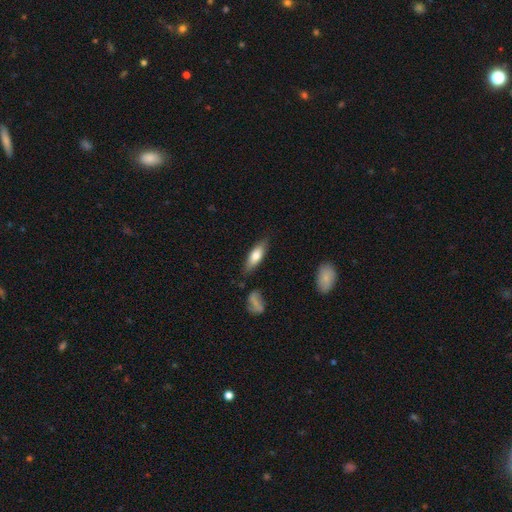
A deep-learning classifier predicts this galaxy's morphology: The model was most divided on "how rounded": in between: 54%, cigar-shaped: 44%, round: 2%. More confident: merging — none (78%); smooth or featured — smooth (67%).